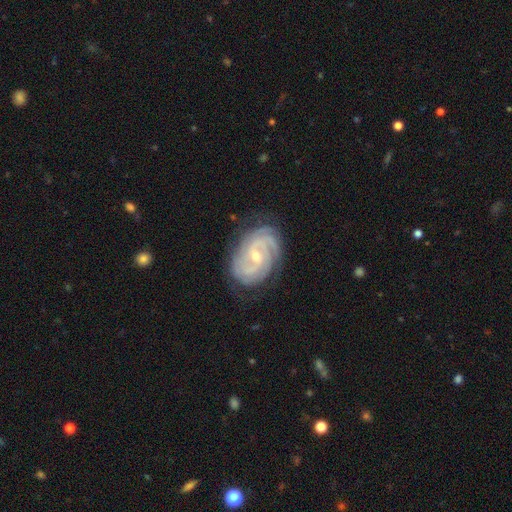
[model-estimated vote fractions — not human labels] The model was most divided on "spiral arm count": 2: 32%, 3: 26%, can't tell: 19%, 4: 12%, more than 4: 5%, 1: 5%. Remaining: spiral arms — yes (98%); edge-on disk — no (97%); smooth or featured — featured or disk (89%); merging — none (78%); spiral winding — tight (70%); bulge size — small (58%); bar — weak (47%).